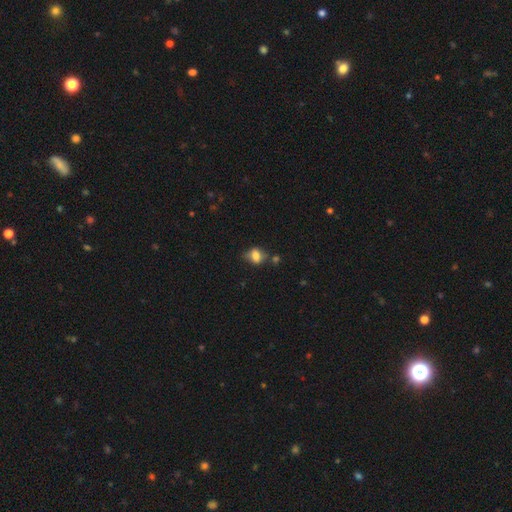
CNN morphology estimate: Smooth or featured?
  - smooth: 71% *
  - featured or disk: 19%
  - star or artifact: 11%
How rounded?
  - in between: 60% *
  - round: 38%
  - cigar-shaped: 2%
Merging?
  - none: 58% *
  - minor disturbance: 24%
  - merger: 10%
  - major disturbance: 8%